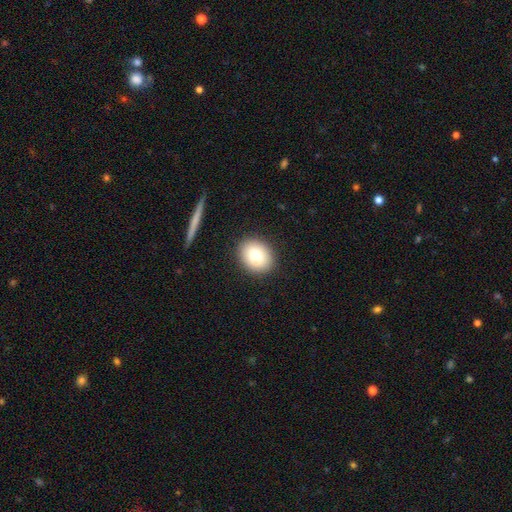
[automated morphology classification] A smooth galaxy with no disk features (78%) that is round (52%). Merging: none (88%).